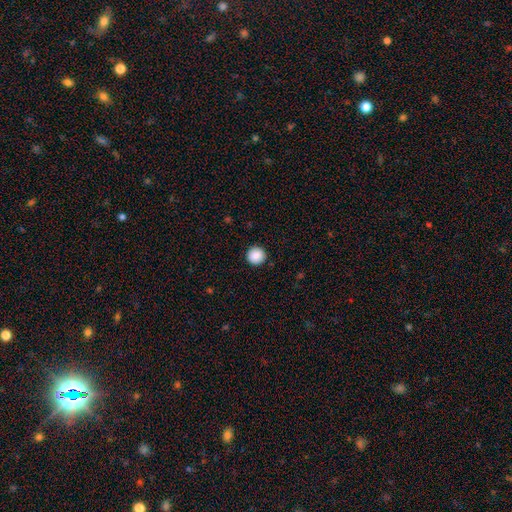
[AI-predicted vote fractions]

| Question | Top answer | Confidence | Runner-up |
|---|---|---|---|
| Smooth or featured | smooth | 89% | star or artifact (8%) |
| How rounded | round | 96% | in between (3%) |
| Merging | none | 92% | minor disturbance (5%) |